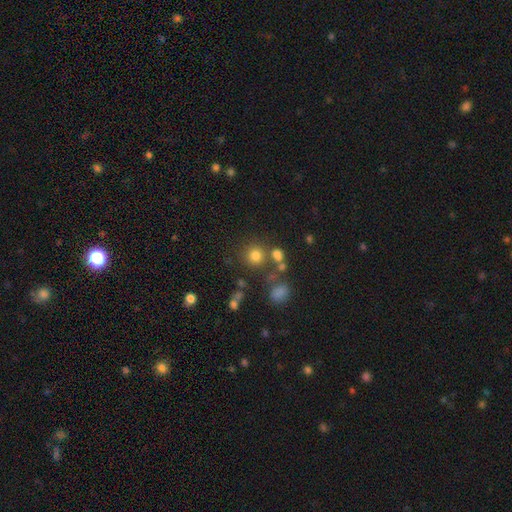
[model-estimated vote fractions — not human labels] smooth-or-featured: smooth: 75% | star or artifact: 17% | featured or disk: 8%
  how-rounded: round: 89% | in between: 10% | cigar-shaped: 1%
  merging: none: 71% | merger: 14% | minor disturbance: 10% | major disturbance: 5%